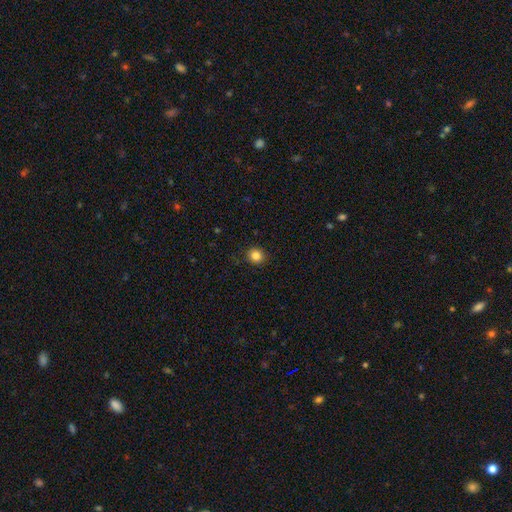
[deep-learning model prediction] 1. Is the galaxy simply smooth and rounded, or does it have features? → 84% smooth, 11% star or artifact, 5% featured or disk.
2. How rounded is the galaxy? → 86% round, 13% in between, 1% cigar-shaped.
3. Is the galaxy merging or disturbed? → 91% none, 6% minor disturbance, 2% major disturbance, 1% merger.